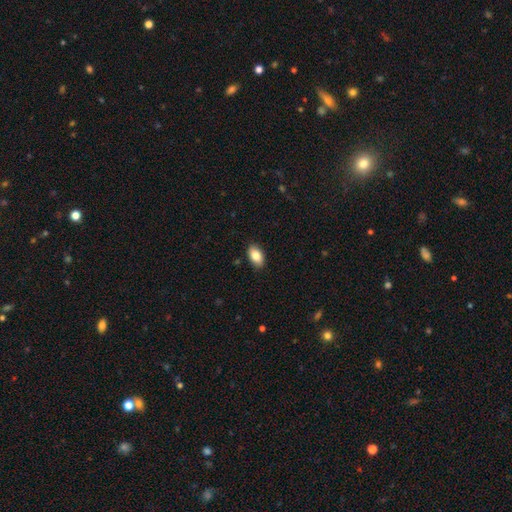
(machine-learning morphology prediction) smooth_or_featured: smooth (p=0.85) [alt: featured or disk p=0.07]
how_rounded: in between (p=0.92) [alt: round p=0.06]
merging: none (p=0.89) [alt: minor disturbance p=0.08]